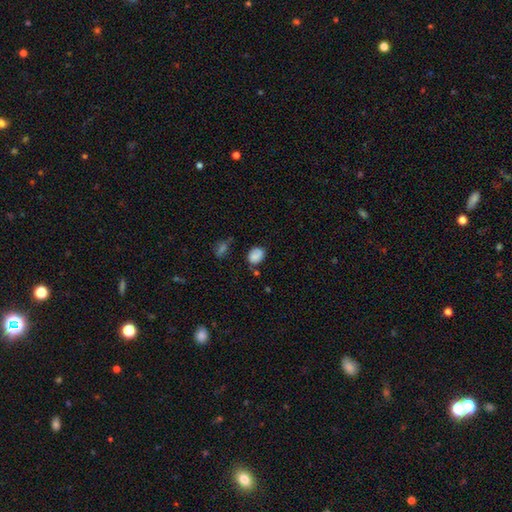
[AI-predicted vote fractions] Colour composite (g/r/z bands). It shows a smooth galaxy with no disk features (80%) that is in between round and cigar-shaped (61%). Merging: none (62%).